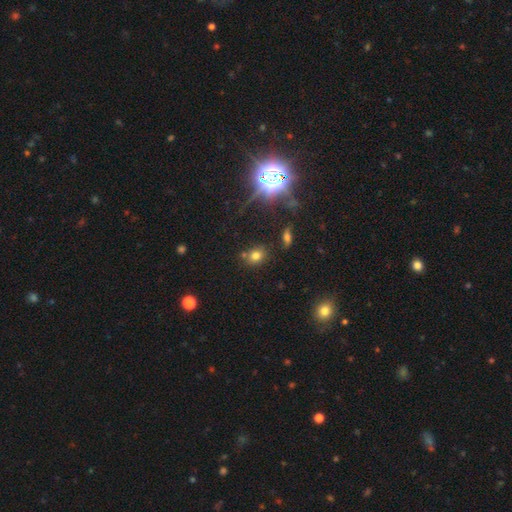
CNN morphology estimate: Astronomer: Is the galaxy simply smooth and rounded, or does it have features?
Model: smooth — 70%.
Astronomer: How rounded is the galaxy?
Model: round — 57% (runner-up: in between, 41%).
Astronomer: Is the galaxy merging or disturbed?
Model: none — 72%.